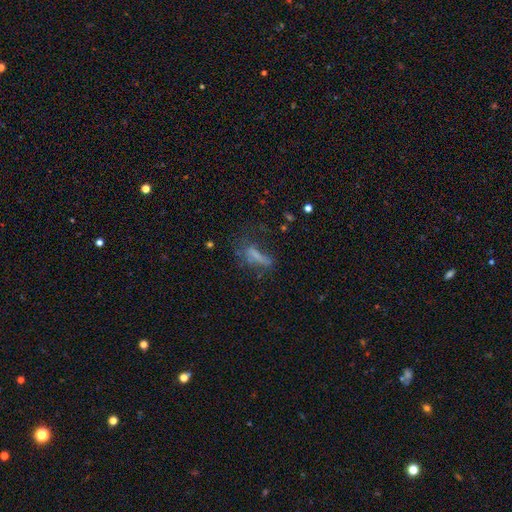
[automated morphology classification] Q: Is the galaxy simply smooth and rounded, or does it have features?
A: smooth — 54%.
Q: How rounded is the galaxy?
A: cigar-shaped — 57%.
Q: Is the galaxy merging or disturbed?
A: none — 37%.